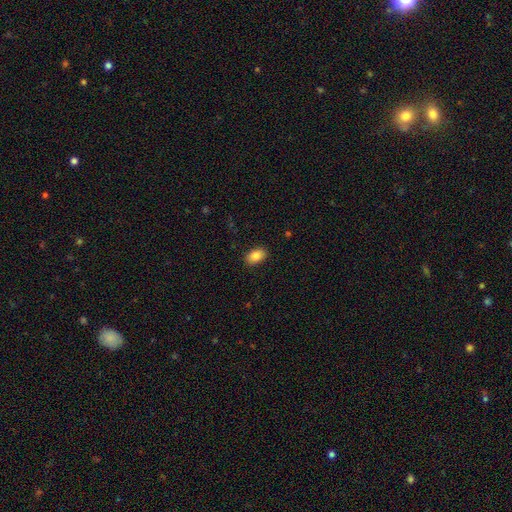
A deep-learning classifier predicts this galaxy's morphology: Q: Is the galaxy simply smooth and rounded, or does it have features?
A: smooth — 87%.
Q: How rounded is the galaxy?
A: in between — 89%.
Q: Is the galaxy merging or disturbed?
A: none — 88%.